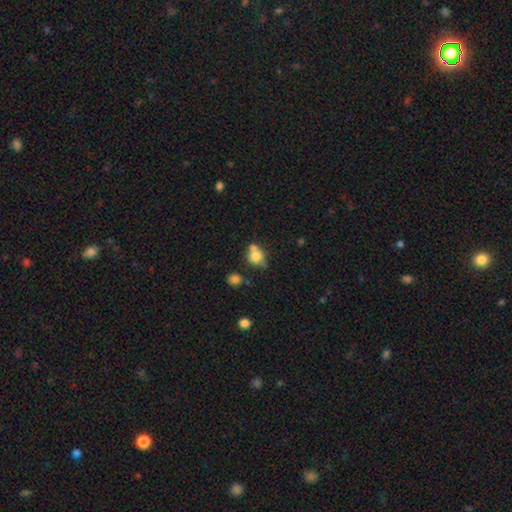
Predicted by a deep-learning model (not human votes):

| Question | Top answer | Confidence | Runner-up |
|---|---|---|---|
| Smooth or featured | smooth | 75% | featured or disk (14%) |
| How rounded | round | 67% | in between (31%) |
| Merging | none | 43% | merger (37%) |